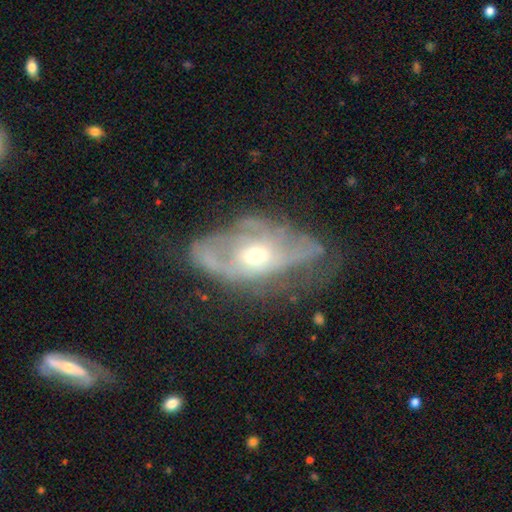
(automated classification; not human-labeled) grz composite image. It shows a featured or disk galaxy (68%) with no bar (75%), spiral arms (52%) and a moderate central bulge (49%). Merging: major disturbance (47%).